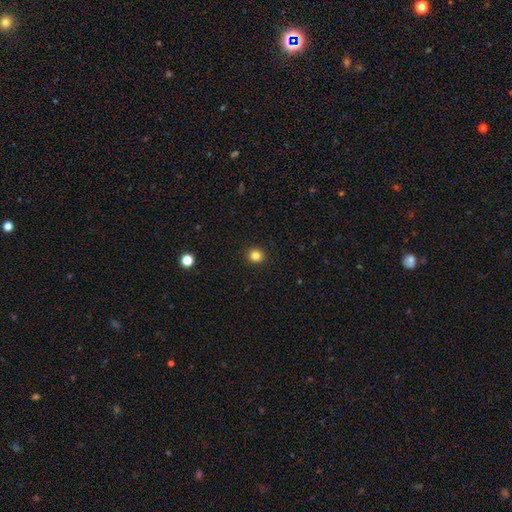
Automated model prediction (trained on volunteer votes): This appears to be a smooth galaxy with no disk features (83%) that is round (87%). Merging: none (93%).